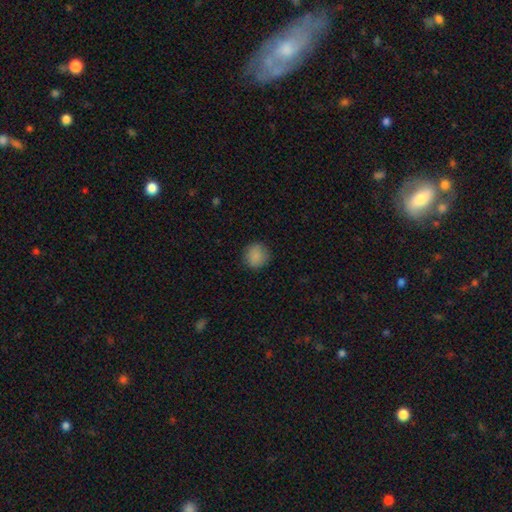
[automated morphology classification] Smooth or featured? smooth (87%)
How rounded? round (89%)
Merging? none (88%)